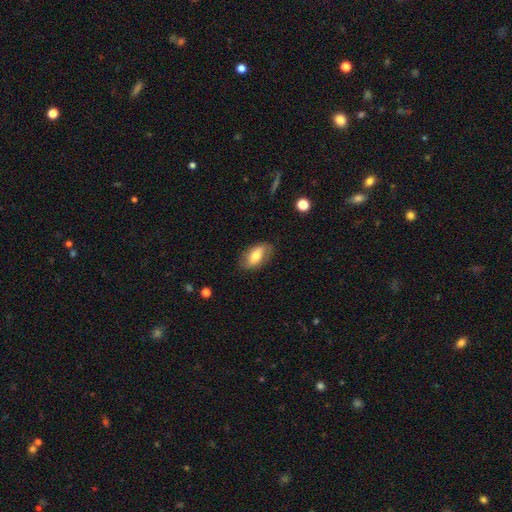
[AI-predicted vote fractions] smooth 63%, featured or disk 30%, star or artifact 7%. Down the decision tree: how rounded — in between (90%); merging — none (79%).